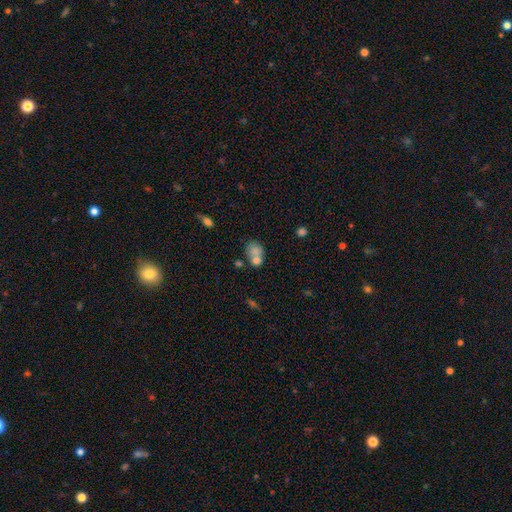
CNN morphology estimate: Smooth or featured? smooth (73%)
How rounded? round (53%)
Merging? merger (50%)